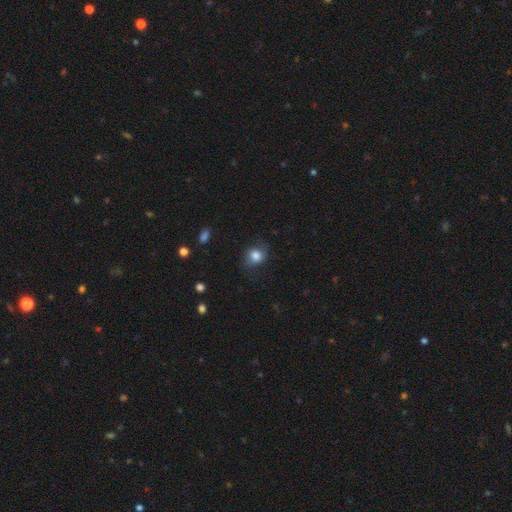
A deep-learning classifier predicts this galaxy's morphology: type=smooth (81%); roundness=round (65%); merging=none (71%).